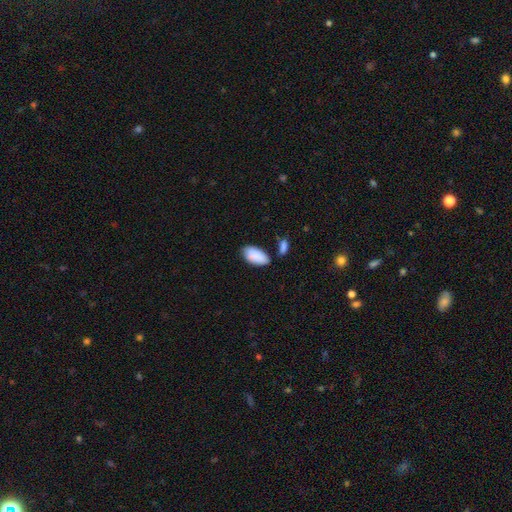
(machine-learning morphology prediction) Smooth or featured? smooth (89%)
How rounded? in between (95%)
Merging? none (63%)